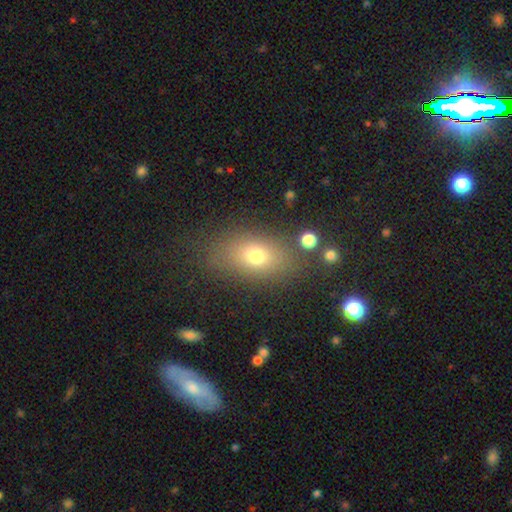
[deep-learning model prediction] smooth-or-featured: smooth: 72% | featured or disk: 14% | star or artifact: 14%
  how-rounded: in between: 79% | round: 18% | cigar-shaped: 4%
  merging: none: 78% | minor disturbance: 12% | major disturbance: 6% | merger: 3%